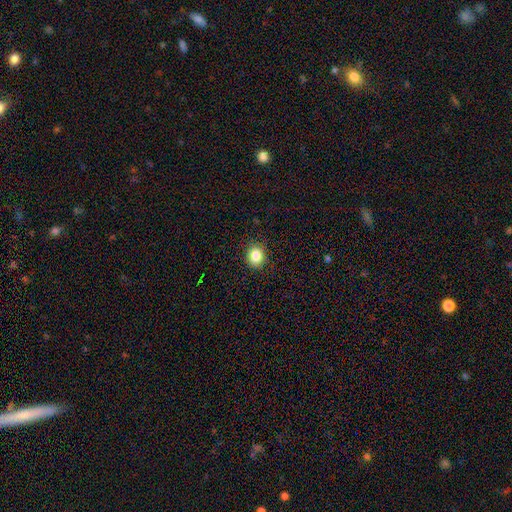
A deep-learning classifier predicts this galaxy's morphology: This is clearly a smooth galaxy (85%). How rounded: likely round (61%). Merging: clearly none (88%).